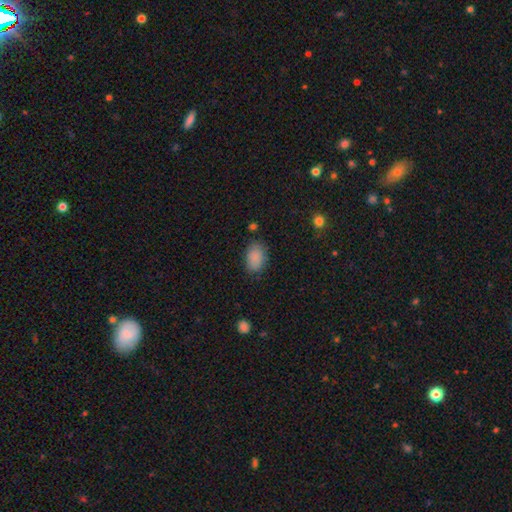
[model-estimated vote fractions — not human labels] smooth_or_featured: smooth (p=0.88) [alt: star or artifact p=0.08]
how_rounded: in between (p=0.88) [alt: round p=0.11]
merging: none (p=0.80) [alt: minor disturbance p=0.14]